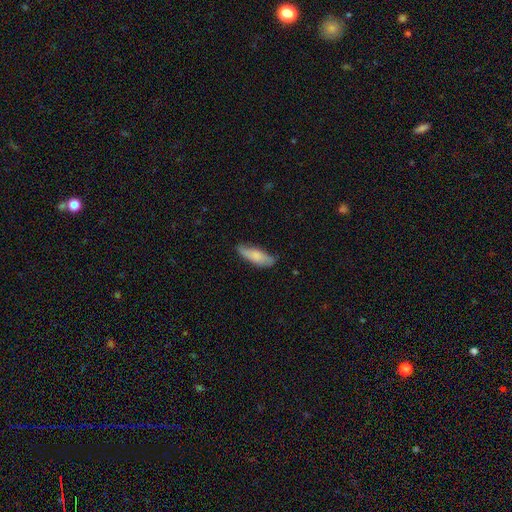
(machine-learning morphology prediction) type=smooth (76%); roundness=in between (56%); merging=none (72%).